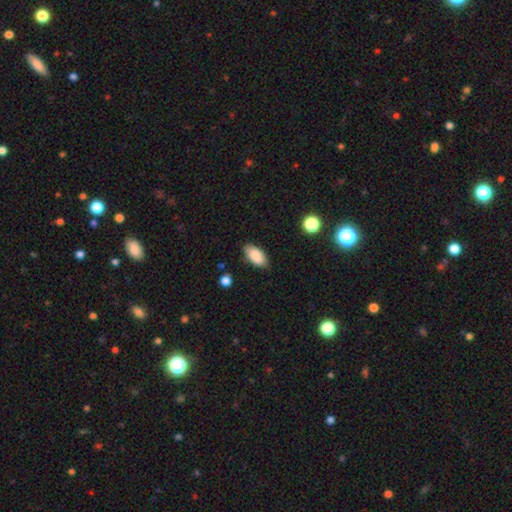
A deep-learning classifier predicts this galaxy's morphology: type=smooth (87%); roundness=in between (93%); merging=none (83%).